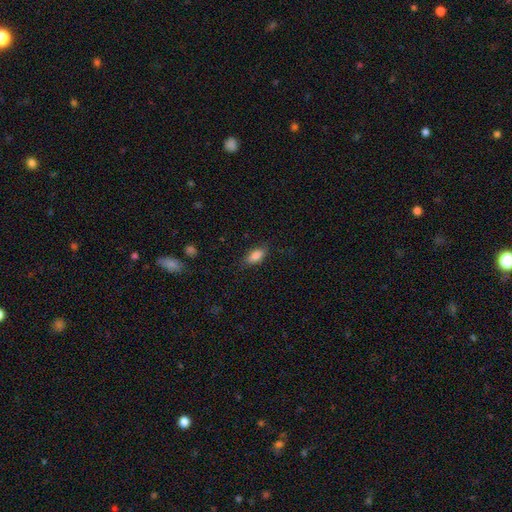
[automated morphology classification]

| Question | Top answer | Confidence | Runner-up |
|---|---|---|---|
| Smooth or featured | smooth | 85% | star or artifact (8%) |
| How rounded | in between | 86% | cigar-shaped (11%) |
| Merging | none | 81% | minor disturbance (14%) |